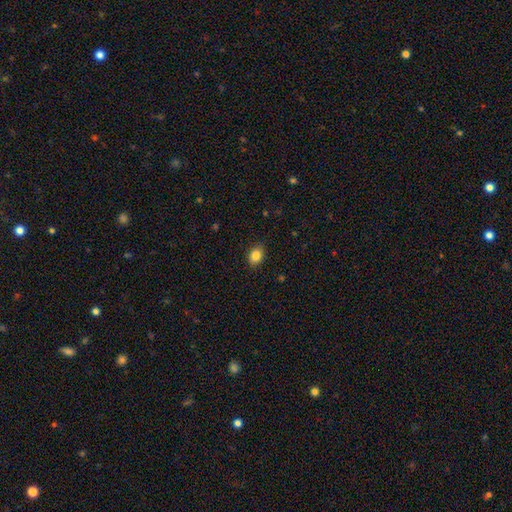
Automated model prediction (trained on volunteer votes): Smooth or featured?
  - smooth: 84% *
  - star or artifact: 10%
  - featured or disk: 6%
How rounded?
  - in between: 64% *
  - round: 35%
  - cigar-shaped: 1%
Merging?
  - none: 87% *
  - minor disturbance: 10%
  - major disturbance: 2%
  - merger: 1%